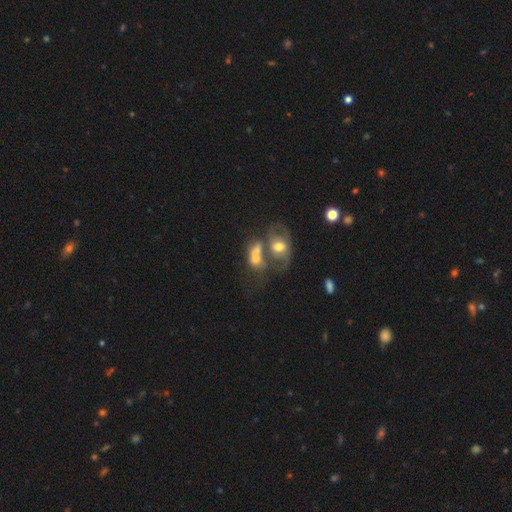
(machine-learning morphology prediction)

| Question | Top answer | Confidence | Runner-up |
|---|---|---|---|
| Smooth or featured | smooth | 50% | featured or disk (38%) |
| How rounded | in between | 68% | round (29%) |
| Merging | merger | 63% | none (15%) |